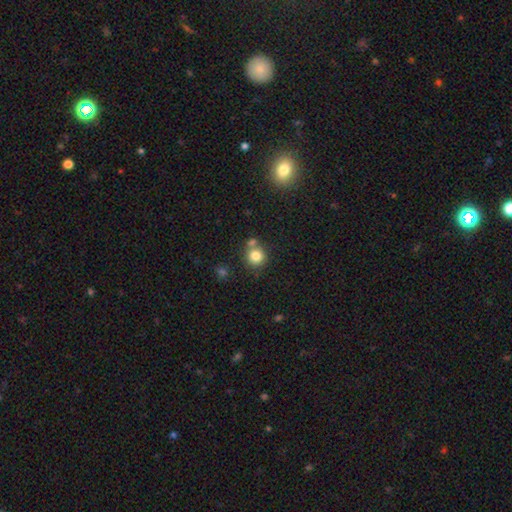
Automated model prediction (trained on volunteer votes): Morphology: type=smooth (81%); roundness=round (91%); merging=none (64%).